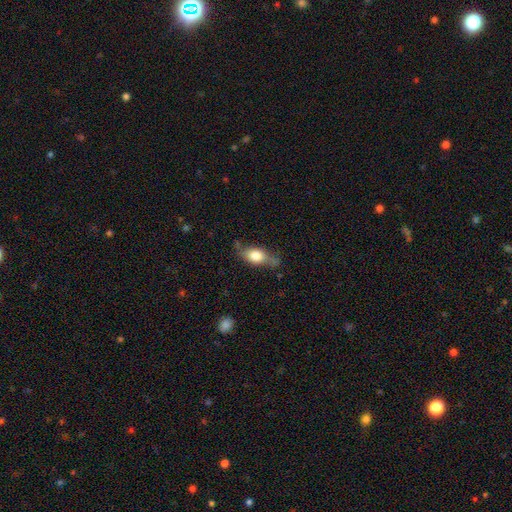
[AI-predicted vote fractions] The model was most divided on "merging": none: 59%, minor disturbance: 29%, major disturbance: 9%, merger: 4%. More confident: how rounded — in between (75%); smooth or featured — smooth (64%).